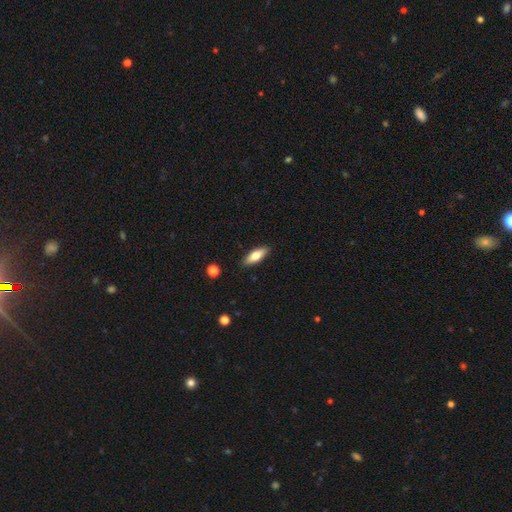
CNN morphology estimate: smooth 67%, featured or disk 27%, star or artifact 6%. Down the decision tree: how rounded — in between (61%); merging — none (89%).